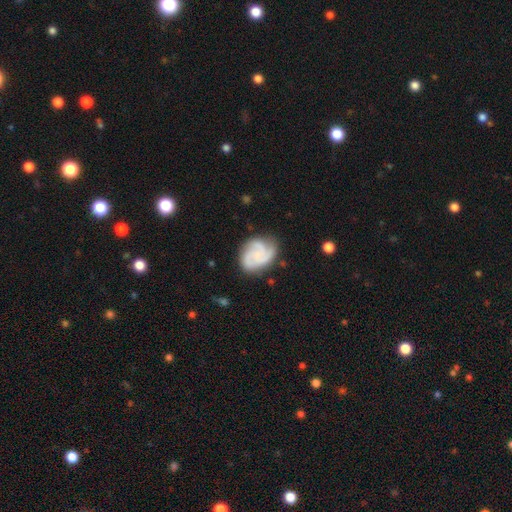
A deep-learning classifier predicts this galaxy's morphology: smooth_or_featured: featured or disk (p=0.75) [alt: smooth p=0.19]
disk_edge_on: no (p=0.98) [alt: yes p=0.02]
bar: no (p=0.74) [alt: weak p=0.23]
has_spiral_arms: yes (p=0.96) [alt: no p=0.04]
spiral_winding: medium (p=0.44) [alt: tight p=0.43]
spiral_arm_count: 3 (p=0.60) [alt: 2 p=0.12]
bulge_size: small (p=0.51) [alt: none p=0.33]
merging: none (p=0.70) [alt: minor disturbance p=0.20]